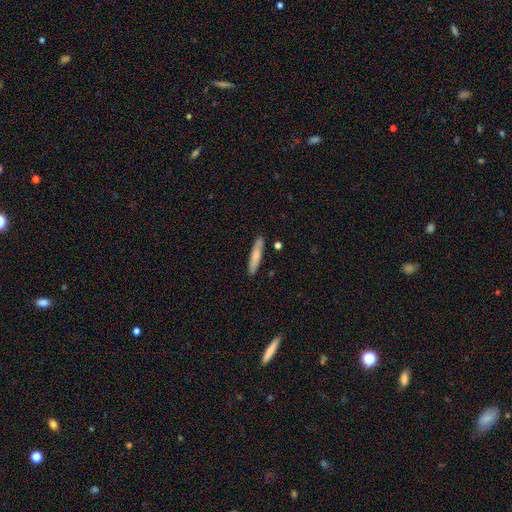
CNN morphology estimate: smooth_or_featured: smooth (p=0.71) [alt: featured or disk p=0.23]
how_rounded: cigar-shaped (p=0.87) [alt: in between p=0.12]
merging: none (p=0.87) [alt: minor disturbance p=0.09]